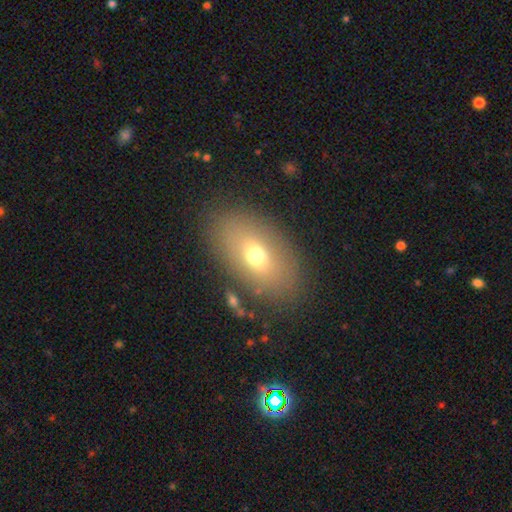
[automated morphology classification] This is likely a smooth galaxy (67%). How rounded: clearly in between (86%). Merging: clearly none (82%).